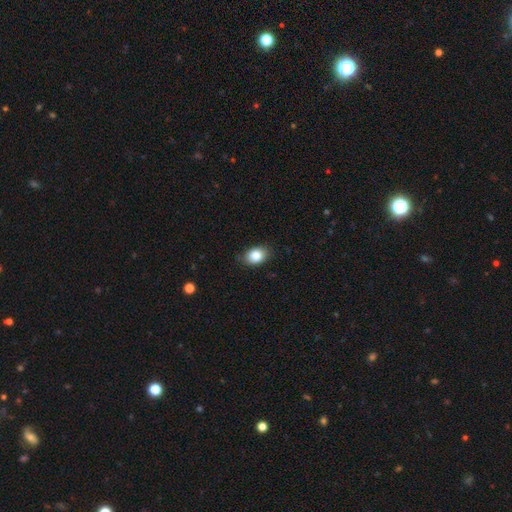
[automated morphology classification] This appears to be a smooth galaxy with no disk features (83%) that is in between round and cigar-shaped (71%). Merging: none (83%).